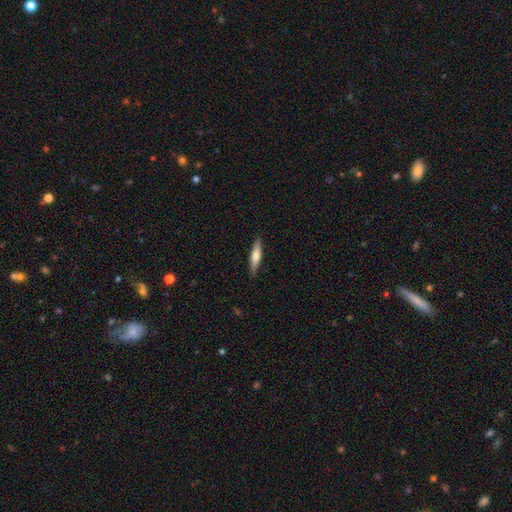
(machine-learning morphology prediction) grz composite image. It shows a smooth galaxy with no disk features (56%) that is cigar-shaped (81%). Merging: none (88%).